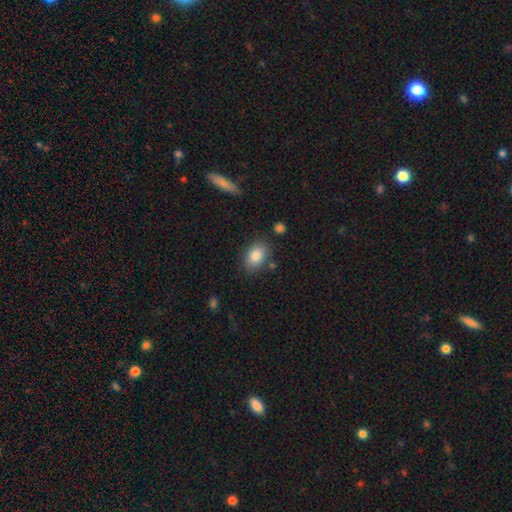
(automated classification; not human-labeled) smooth 85%, featured or disk 8%, star or artifact 7%. Down the decision tree: how rounded — in between (86%); merging — none (79%).